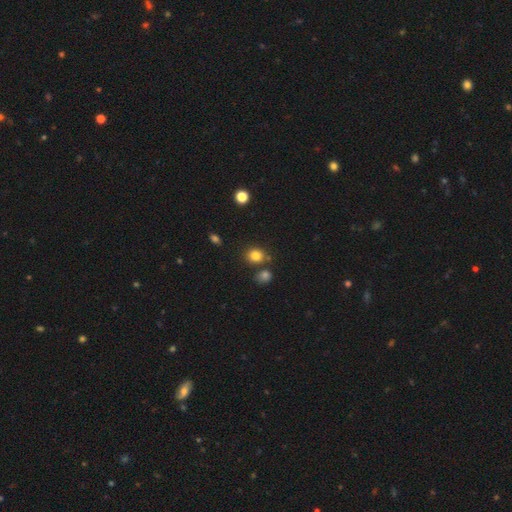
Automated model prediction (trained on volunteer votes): Smooth or featured? Predicted: smooth (p=0.81). How rounded? Predicted: round (p=0.75). Merging? Predicted: none (p=0.75).